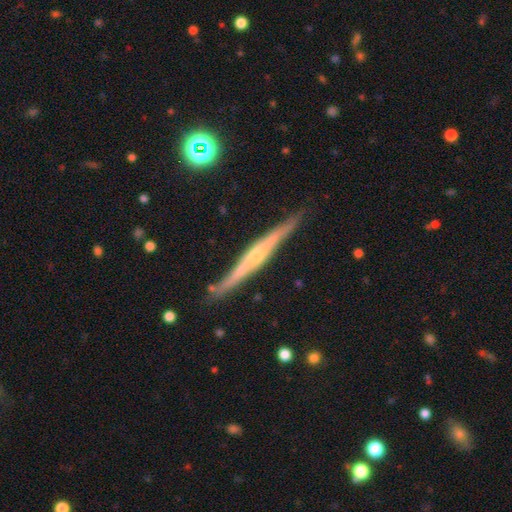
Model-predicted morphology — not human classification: Smooth or featured? Predicted: featured or disk (p=0.77). Edge-on disk? Predicted: yes (p=0.97). Edge-on bulge? Predicted: rounded (p=0.72). Merging? Predicted: none (p=0.85).